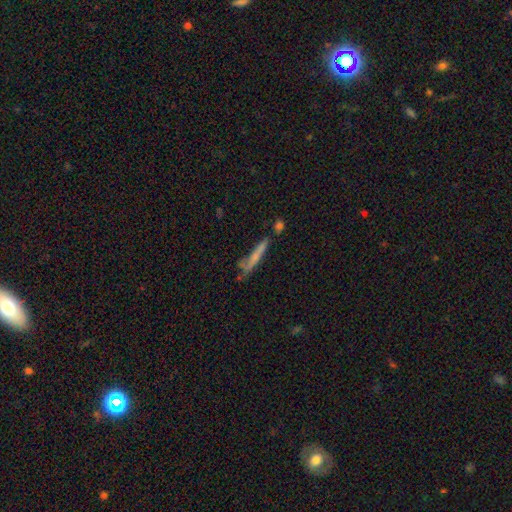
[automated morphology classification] Q: Smooth or featured?
A: smooth (54%); runner-up: featured or disk (36%)
Q: How rounded?
A: cigar-shaped (92%); runner-up: in between (6%)
Q: Merging?
A: none (52%); runner-up: minor disturbance (23%)